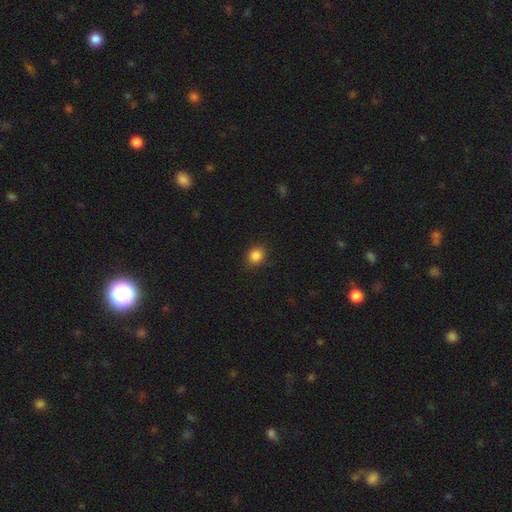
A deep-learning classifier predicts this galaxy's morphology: Q: Smooth or featured?
A: smooth (86%); runner-up: star or artifact (11%)
Q: How rounded?
A: round (77%); runner-up: in between (23%)
Q: Merging?
A: none (88%); runner-up: minor disturbance (8%)